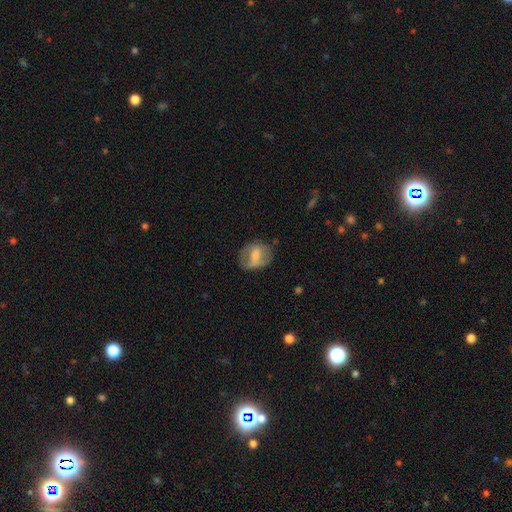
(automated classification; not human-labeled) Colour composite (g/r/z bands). It shows a smooth galaxy with no disk features (51%) that is in between round and cigar-shaped (58%). Merging: none (60%).